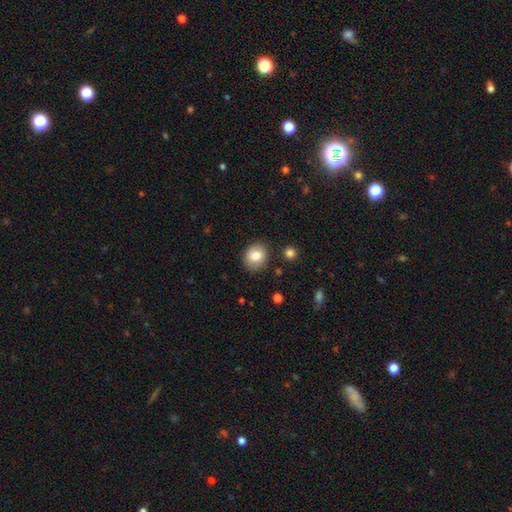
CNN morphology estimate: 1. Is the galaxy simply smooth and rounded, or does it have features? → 81% smooth, 10% featured or disk, 9% star or artifact.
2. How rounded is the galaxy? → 65% round, 34% in between, 1% cigar-shaped.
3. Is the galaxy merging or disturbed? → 85% none, 10% minor disturbance, 3% major disturbance, 2% merger.